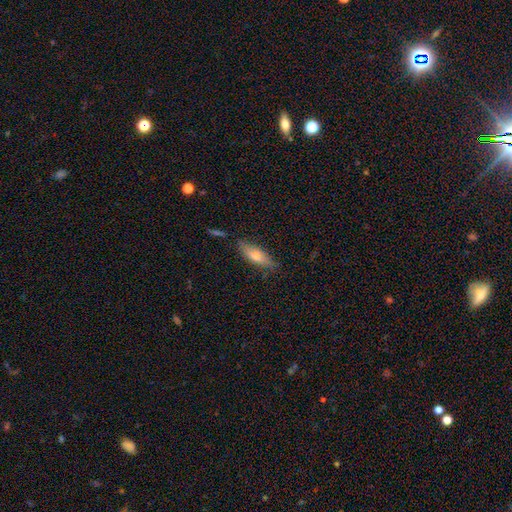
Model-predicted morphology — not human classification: Smooth or featured? Predicted: smooth (p=0.62). How rounded? Predicted: in between (p=0.50). Merging? Predicted: none (p=0.79).